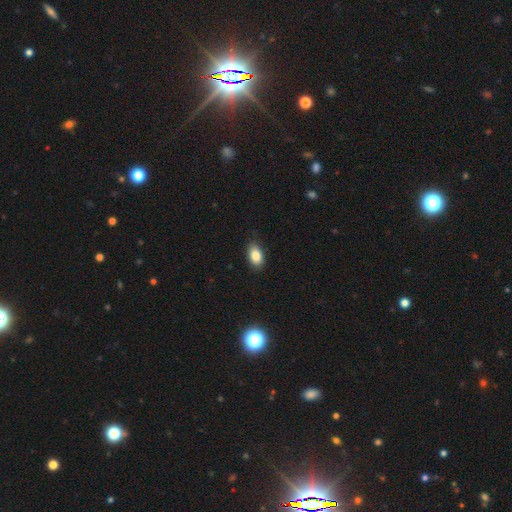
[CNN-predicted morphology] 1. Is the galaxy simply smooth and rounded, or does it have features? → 85% smooth, 9% star or artifact, 7% featured or disk.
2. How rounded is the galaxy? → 91% in between, 7% round, 2% cigar-shaped.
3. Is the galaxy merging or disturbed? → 84% none, 13% minor disturbance, 2% major disturbance, 1% merger.